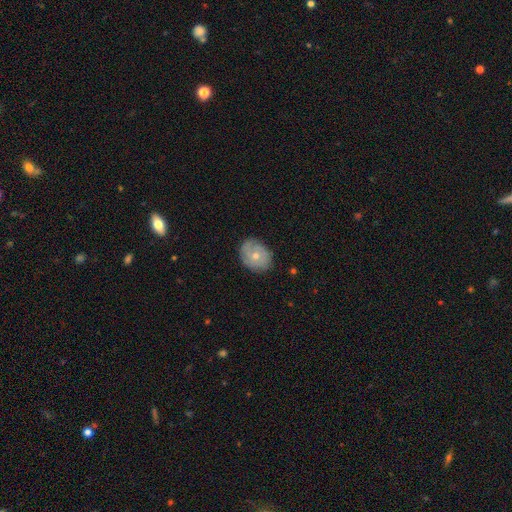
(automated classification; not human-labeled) The model was most divided on "smooth or featured": featured or disk: 50%, smooth: 44%, star or artifact: 7%. More confident: merging — none (73%).